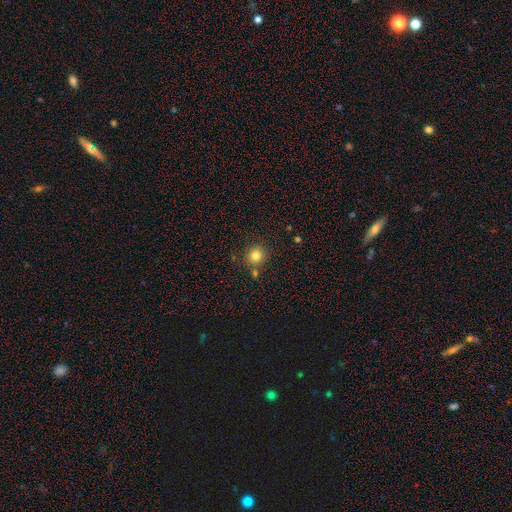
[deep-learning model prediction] smooth 82%, star or artifact 12%, featured or disk 7%. Down the decision tree: how rounded — round (88%); merging — none (78%).